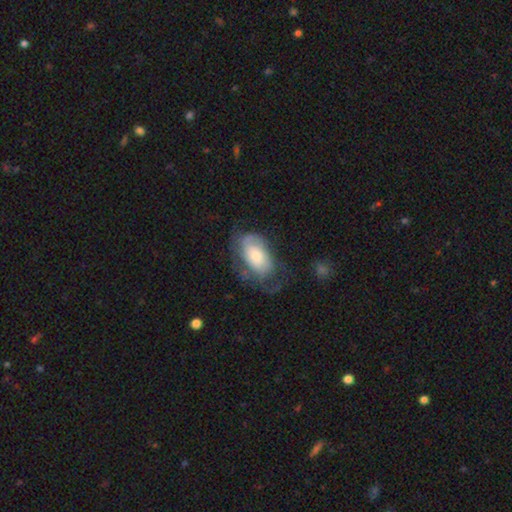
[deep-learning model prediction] Overall: featured or disk (47%; smooth 46%). Merging: none (45%; minor disturbance 27%).